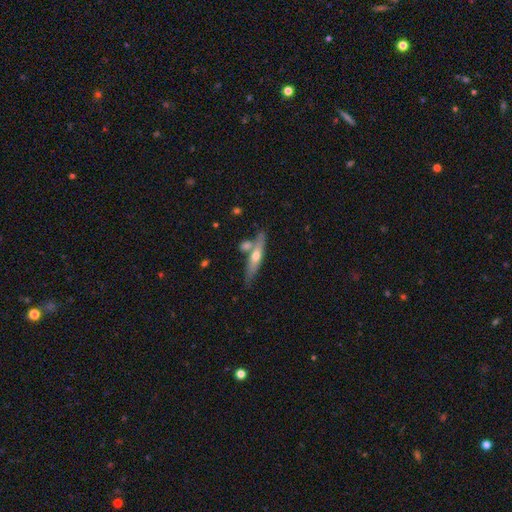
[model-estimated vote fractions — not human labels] smooth-or-featured: featured or disk: 50% | smooth: 44% | star or artifact: 6%
  disk-edge-on: yes: 88% | no: 12%
  merging: none: 66% | merger: 19% | minor disturbance: 12% | major disturbance: 3%